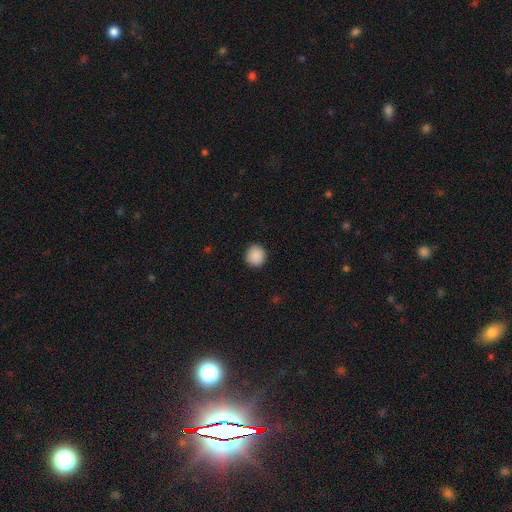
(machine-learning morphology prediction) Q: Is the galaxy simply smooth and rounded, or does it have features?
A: smooth — 90%.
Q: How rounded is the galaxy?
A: round — 91%.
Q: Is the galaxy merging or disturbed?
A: none — 91%.